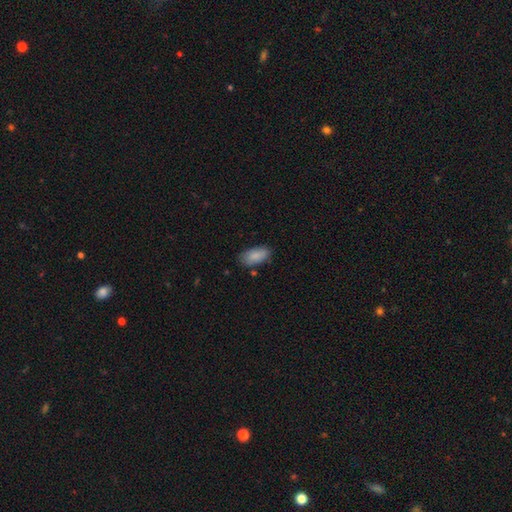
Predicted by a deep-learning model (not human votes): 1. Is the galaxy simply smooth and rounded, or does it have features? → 87% smooth, 7% featured or disk, 6% star or artifact.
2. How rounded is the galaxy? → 91% in between, 7% cigar-shaped, 2% round.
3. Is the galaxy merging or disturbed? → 77% none, 17% minor disturbance, 3% major disturbance, 3% merger.